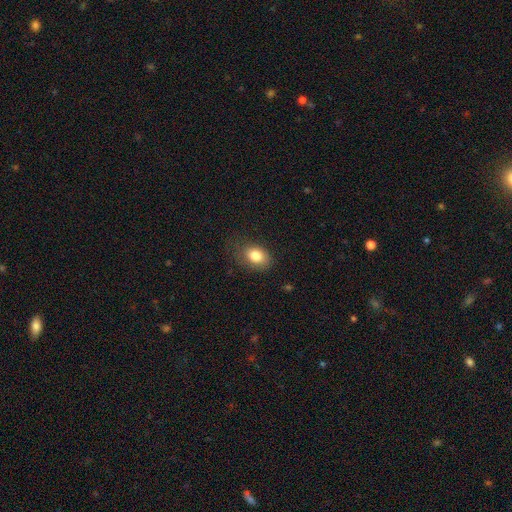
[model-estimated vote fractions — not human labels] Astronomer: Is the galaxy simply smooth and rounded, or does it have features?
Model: smooth — 82%.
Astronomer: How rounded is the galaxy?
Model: in between — 74%.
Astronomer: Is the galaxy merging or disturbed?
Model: none — 72%.